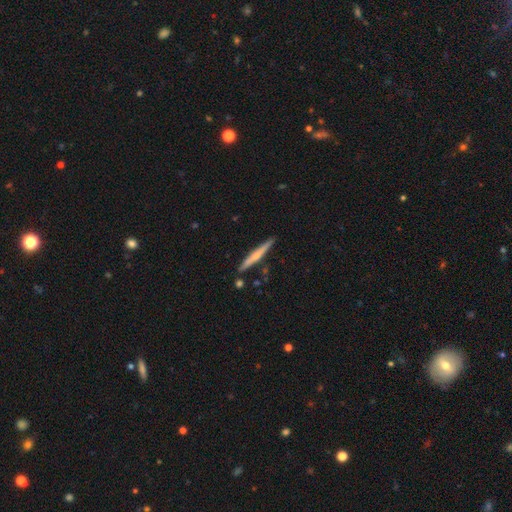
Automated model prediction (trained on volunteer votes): Smooth or featured? Predicted: featured or disk (p=0.49). Merging? Predicted: none (p=0.86).